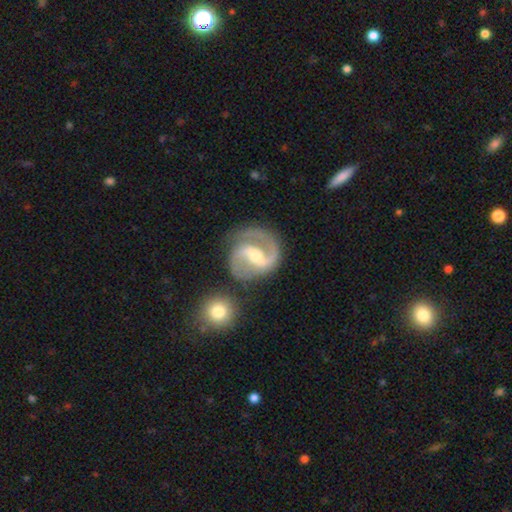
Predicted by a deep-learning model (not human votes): This is clearly a featured or disk galaxy (90%). It is clearly not viewed edge-on (98%). Bar: marginally strong (44%). Spiral arm pattern: clearly yes (97%). Spiral arm count: clearly 2 (91%). Spiral winding: likely medium (61%). Central bulge: likely moderate (60%). Merging: likely none (74%).